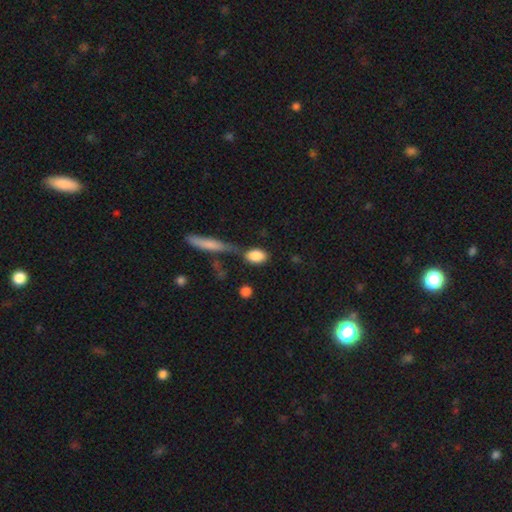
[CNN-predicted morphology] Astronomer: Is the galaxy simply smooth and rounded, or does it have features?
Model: smooth — 85%.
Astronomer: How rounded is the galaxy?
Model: in between — 83%.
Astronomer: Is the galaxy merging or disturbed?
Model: none — 58%.